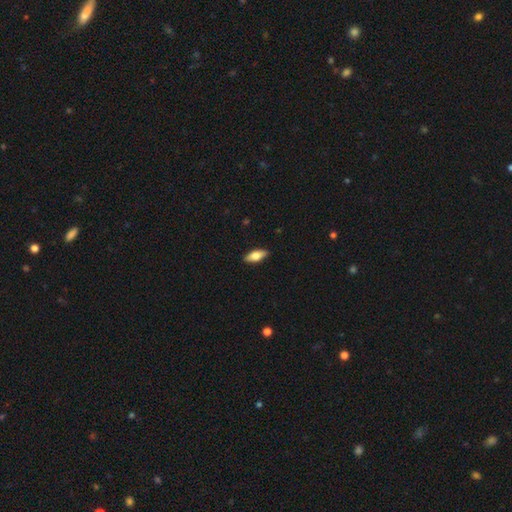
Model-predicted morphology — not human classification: A smooth galaxy with no disk features (72%) that is in between round and cigar-shaped (79%).

Vote fractions:
- Smooth or featured? smooth: 72% / featured or disk: 22% / star or artifact: 6%
- How rounded? in between: 79% / cigar-shaped: 18% / round: 3%
- Merging? none: 89% / minor disturbance: 8% / major disturbance: 2% / merger: 1%